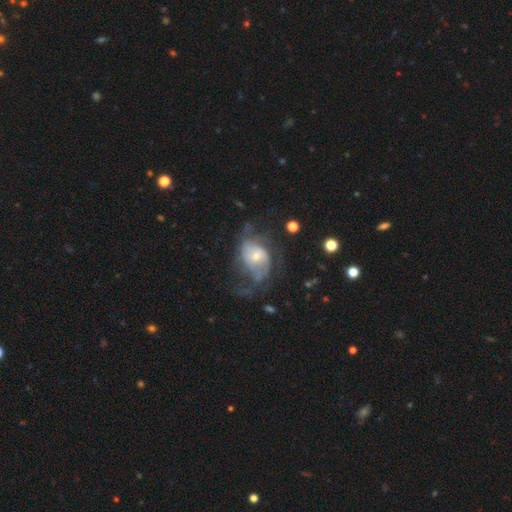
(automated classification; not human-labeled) The model was most divided on "bulge size" (2-way tie): small: 46%, moderate: 46%, large: 5%, none: 2%, dominant: 1%. Remaining: edge-on disk — no (97%); spiral arms — yes (70%); smooth or featured — featured or disk (66%); bar — no (63%); merging — major disturbance (41%).